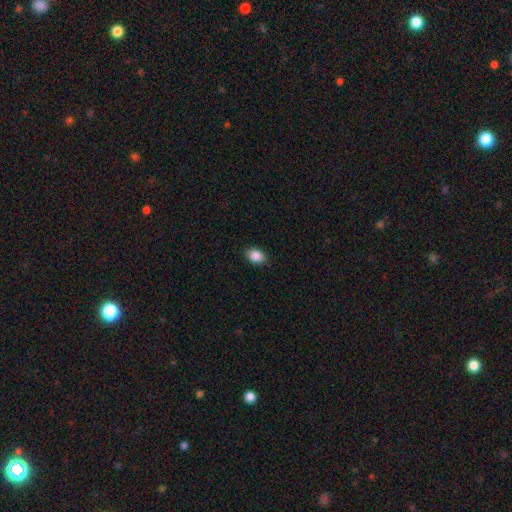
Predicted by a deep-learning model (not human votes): A smooth galaxy with no disk features (88%) that is in between round and cigar-shaped (76%).

Vote fractions:
- Smooth or featured? smooth: 88% / star or artifact: 8% / featured or disk: 4%
- How rounded? in between: 76% / round: 23% / cigar-shaped: 1%
- Merging? none: 87% / minor disturbance: 10% / major disturbance: 2% / merger: 1%